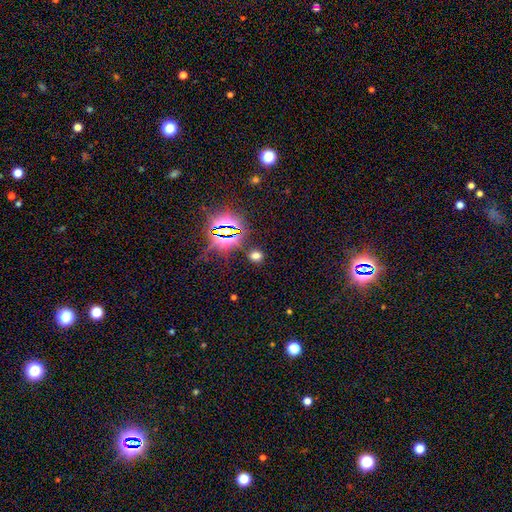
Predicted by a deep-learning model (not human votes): smooth_or_featured: smooth (p=0.56) [alt: star or artifact p=0.37]
how_rounded: round (p=0.66) [alt: in between p=0.33]
merging: none (p=0.84) [alt: minor disturbance p=0.08]